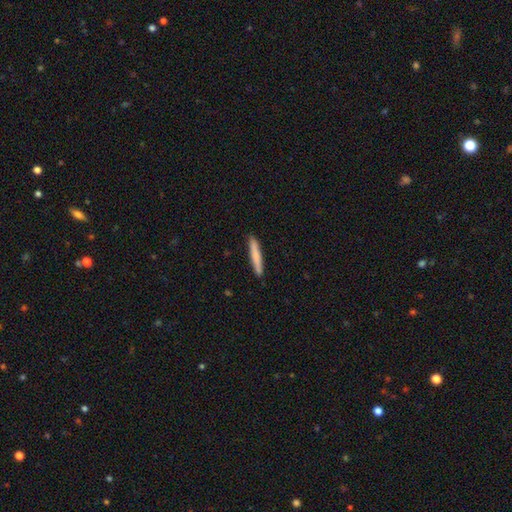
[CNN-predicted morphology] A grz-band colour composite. It shows a smooth galaxy with no disk features (78%) that is cigar-shaped (94%). Merging: none (90%).